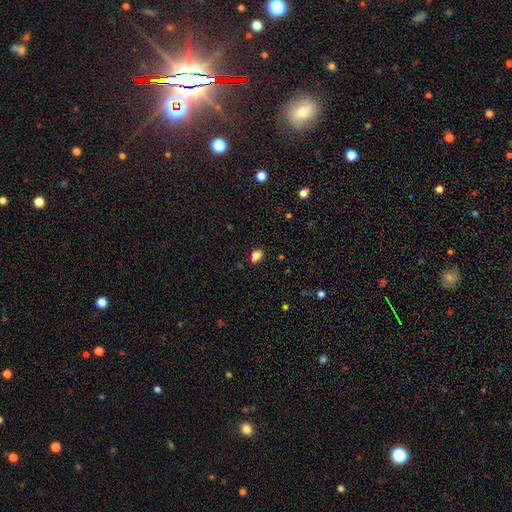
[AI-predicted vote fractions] Morphology: type=smooth (83%); roundness=in between (81%); merging=none (81%).